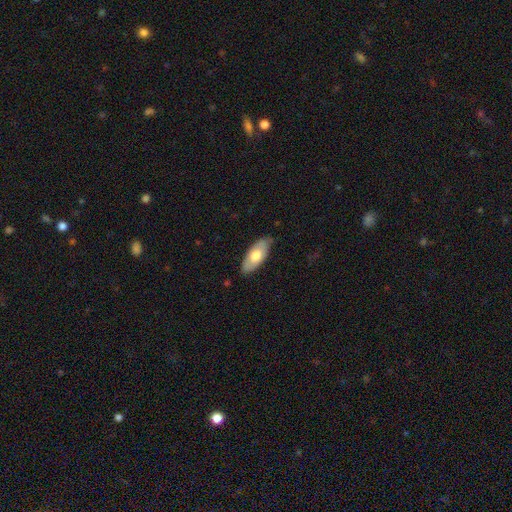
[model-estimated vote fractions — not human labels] A smooth galaxy with no disk features (65%) that is in between round and cigar-shaped (87%). Merging: none (80%).